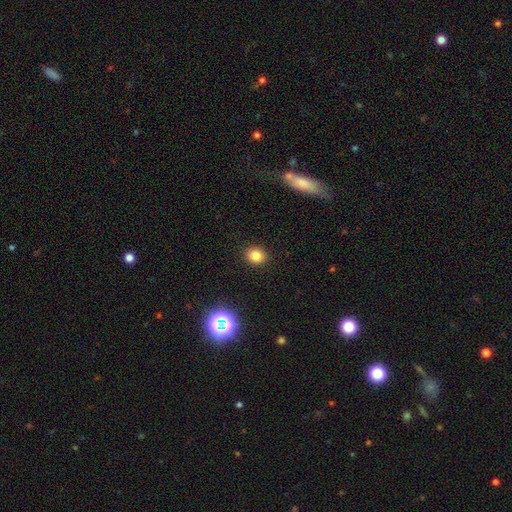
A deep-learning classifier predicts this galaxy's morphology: Overall: smooth (81%). How rounded: round (63%; in between 36%). Merging: none (91%).